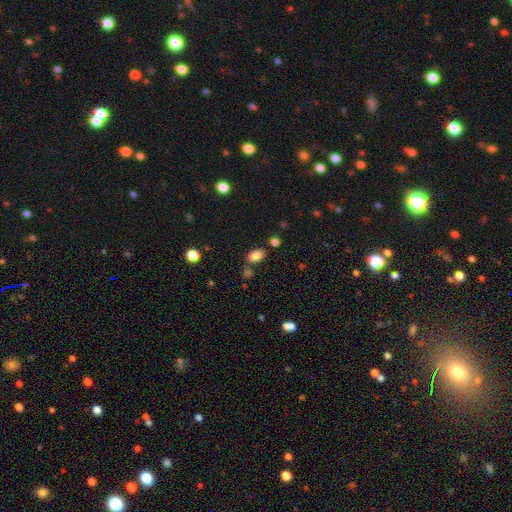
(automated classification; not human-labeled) A smooth galaxy with no disk features (84%) that is in between round and cigar-shaped (87%).

Vote fractions:
- Smooth or featured? smooth: 84% / star or artifact: 11% / featured or disk: 5%
- How rounded? in between: 87% / round: 11% / cigar-shaped: 1%
- Merging? none: 73% / minor disturbance: 13% / merger: 11% / major disturbance: 4%